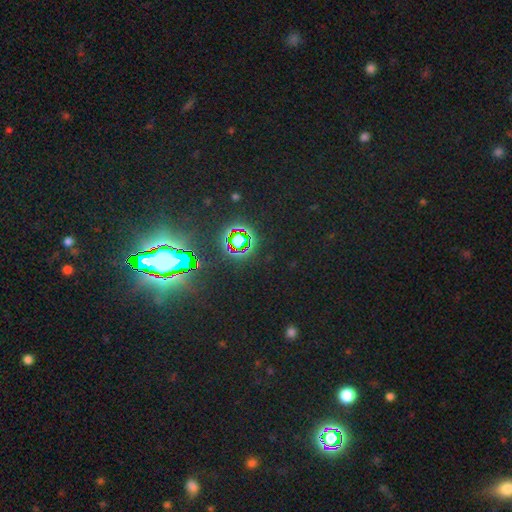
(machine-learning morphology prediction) star or artifact 82%, smooth 11%, featured or disk 7%.